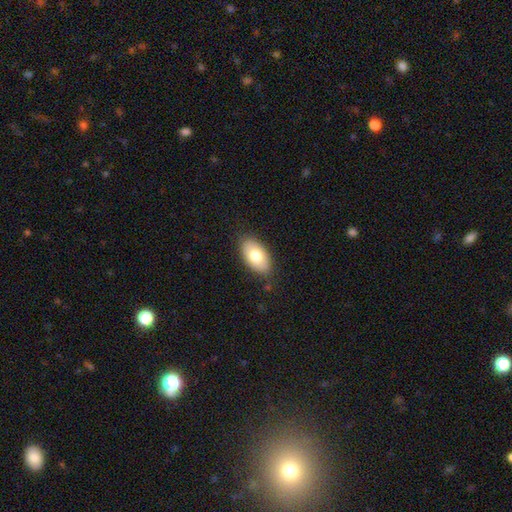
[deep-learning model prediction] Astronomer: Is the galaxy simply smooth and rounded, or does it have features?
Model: smooth — 77%.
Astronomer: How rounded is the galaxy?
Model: in between — 94%.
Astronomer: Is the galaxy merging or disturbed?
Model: none — 83%.